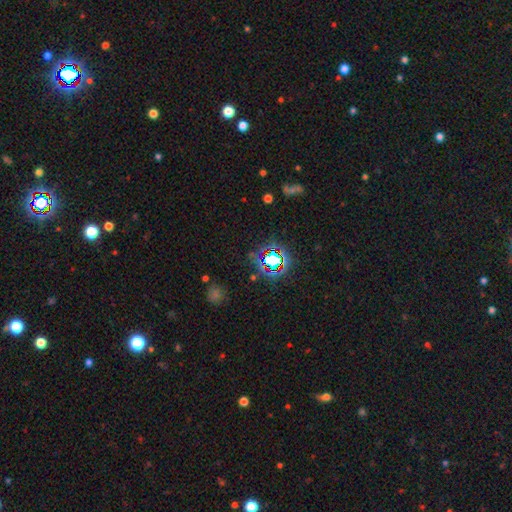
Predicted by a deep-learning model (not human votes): This is likely a star or artifact rather than a galaxy (76%).